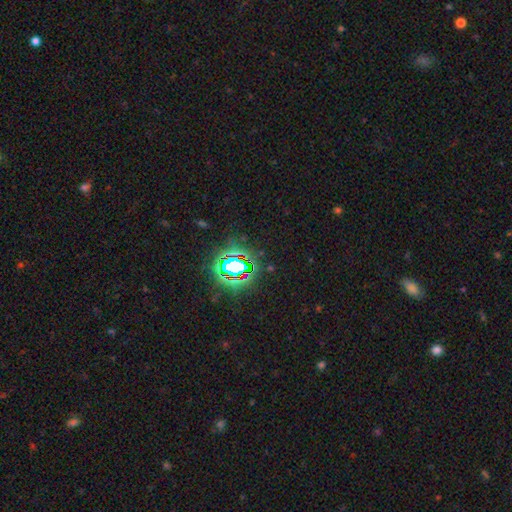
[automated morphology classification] The model was most divided on "smooth or featured": star or artifact: 80%, smooth: 13%, featured or disk: 7%.